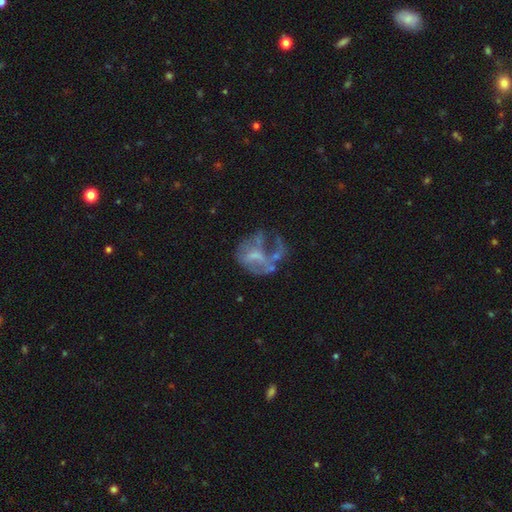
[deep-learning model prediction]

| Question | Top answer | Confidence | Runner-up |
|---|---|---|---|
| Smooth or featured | featured or disk | 61% | smooth (26%) |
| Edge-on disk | no | 98% | yes (2%) |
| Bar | no | 64% | weak (28%) |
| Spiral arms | no | 70% | yes (30%) |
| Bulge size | none | 54% | small (23%) |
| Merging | major disturbance | 49% | none (24%) |